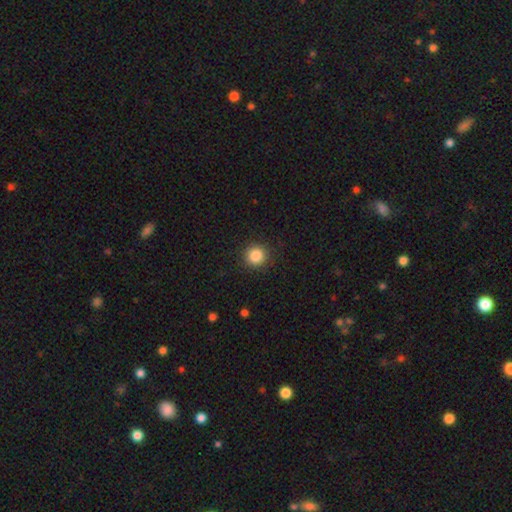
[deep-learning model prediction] Smooth or featured: smooth — 85% (star or artifact — 10%)
How rounded: round — 94% (in between — 5%)
Merging: none — 90% (minor disturbance — 7%)